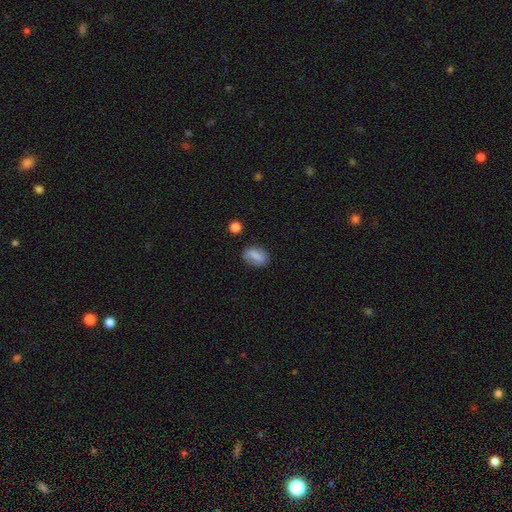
This appears to be a smooth galaxy with no disk features (79%) that is in between round and cigar-shaped (90%). Merging: none (83%).